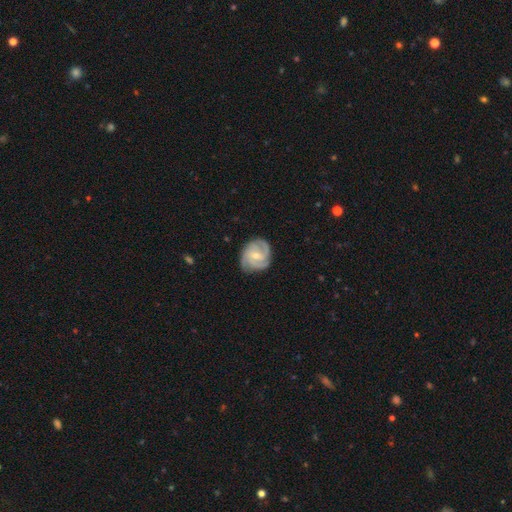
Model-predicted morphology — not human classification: smooth_or_featured: featured or disk (p=0.83) [alt: smooth p=0.12]
disk_edge_on: no (p=0.98) [alt: yes p=0.02]
bar: no (p=0.51) [alt: weak p=0.40]
has_spiral_arms: yes (p=0.97) [alt: no p=0.03]
spiral_winding: tight (p=0.54) [alt: medium p=0.38]
spiral_arm_count: 3 (p=0.52) [alt: 2 p=0.14]
bulge_size: small (p=0.54) [alt: moderate p=0.44]
merging: none (p=0.75) [alt: minor disturbance p=0.19]